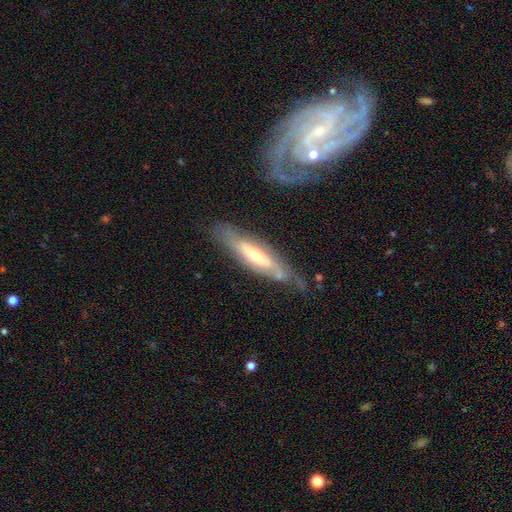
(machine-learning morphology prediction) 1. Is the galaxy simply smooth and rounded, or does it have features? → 70% featured or disk, 23% smooth, 7% star or artifact.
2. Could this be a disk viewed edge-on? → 53% no, 47% yes.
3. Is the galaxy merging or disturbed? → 67% none, 20% minor disturbance, 7% major disturbance, 6% merger.